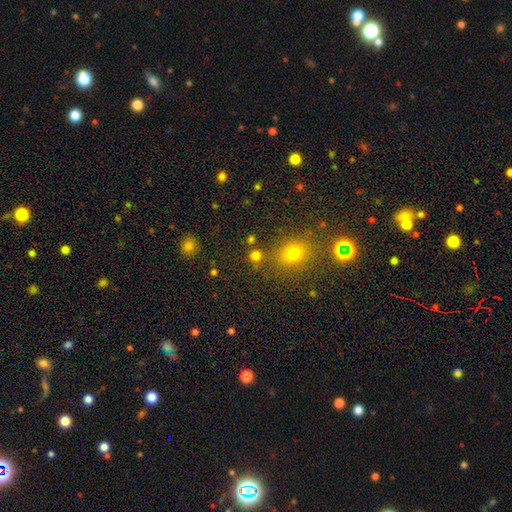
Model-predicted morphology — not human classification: type=smooth (74%); roundness=round (85%); merging=none (74%).